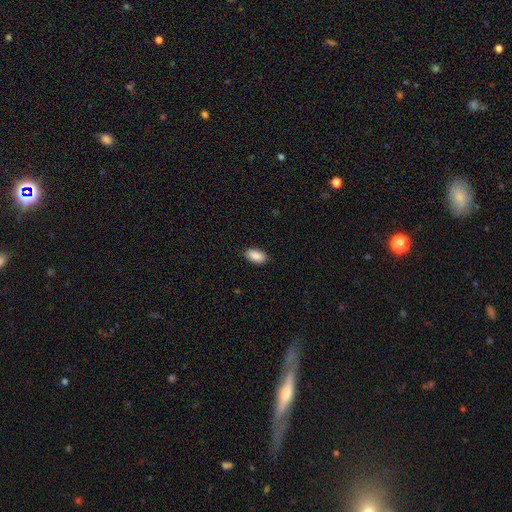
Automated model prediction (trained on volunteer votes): Smooth or featured?
  - smooth: 90% *
  - star or artifact: 6%
  - featured or disk: 4%
How rounded?
  - in between: 94% *
  - cigar-shaped: 4%
  - round: 2%
Merging?
  - none: 88% *
  - minor disturbance: 9%
  - major disturbance: 2%
  - merger: 1%